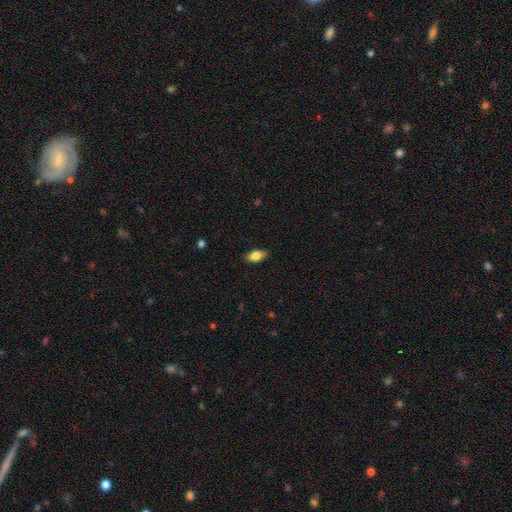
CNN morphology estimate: This is likely a smooth galaxy (80%). How rounded: clearly in between (88%). Merging: clearly none (86%).